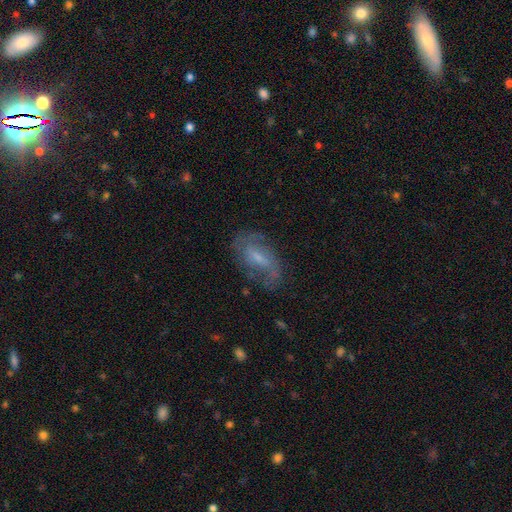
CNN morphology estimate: Smooth or featured? Predicted: featured or disk (p=0.64). Edge-on disk? Predicted: no (p=0.93). Bar? Predicted: weak (p=0.51). Spiral arms? Predicted: yes (p=0.81). Bulge size? Predicted: small (p=0.47). Merging? Predicted: none (p=0.65).